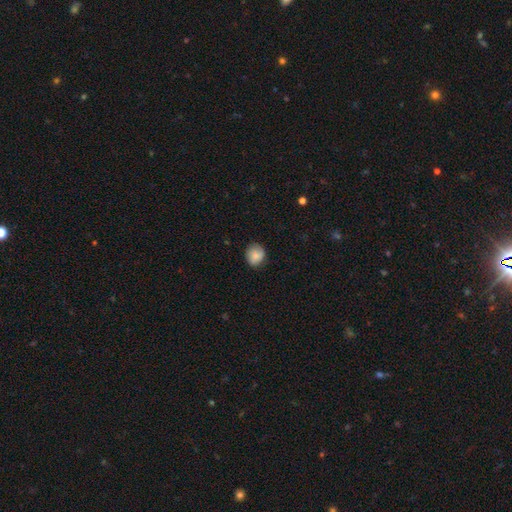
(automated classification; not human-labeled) Overall: smooth (79%). How rounded: round (78%). Merging: none (78%).